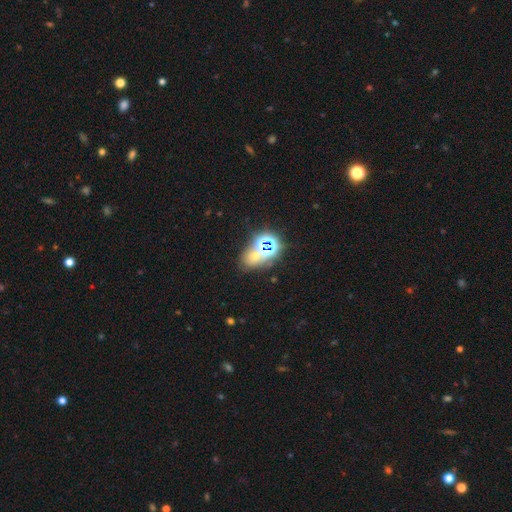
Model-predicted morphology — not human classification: Q: Smooth or featured?
A: star or artifact (49%); runner-up: smooth (38%)